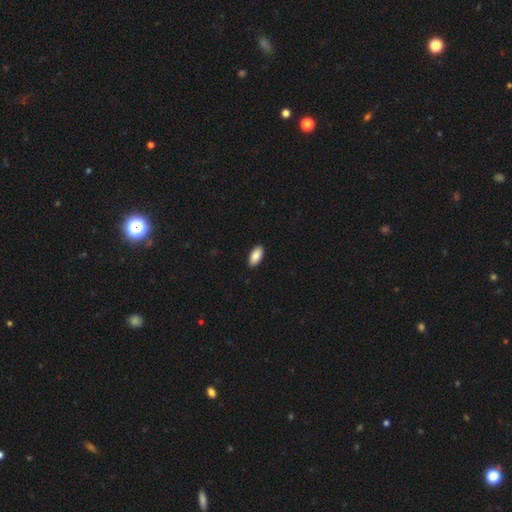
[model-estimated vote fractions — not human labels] Smooth or featured? Predicted: smooth (p=0.88). How rounded? Predicted: in between (p=0.92). Merging? Predicted: none (p=0.90).